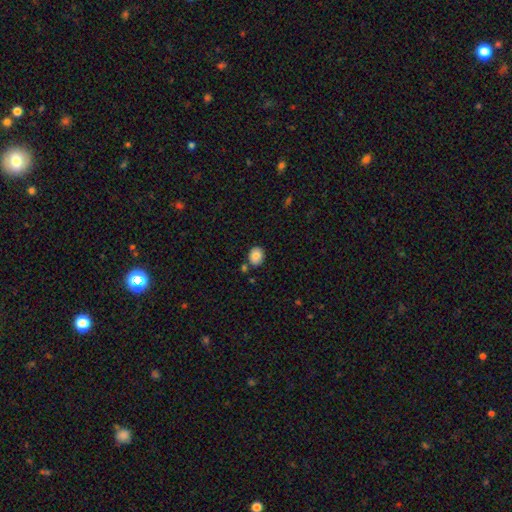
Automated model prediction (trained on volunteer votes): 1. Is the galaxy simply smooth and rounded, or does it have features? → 83% smooth, 8% star or artifact, 8% featured or disk.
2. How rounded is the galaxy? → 55% round, 44% in between, 1% cigar-shaped.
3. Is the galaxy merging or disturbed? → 76% none, 12% minor disturbance, 9% merger, 3% major disturbance.